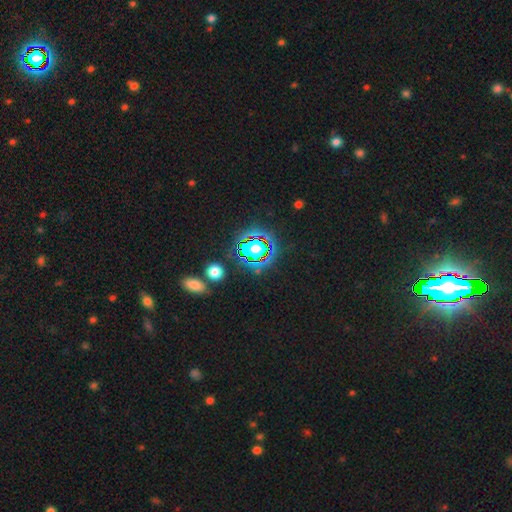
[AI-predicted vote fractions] Smooth or featured? Predicted: star or artifact (p=0.76).